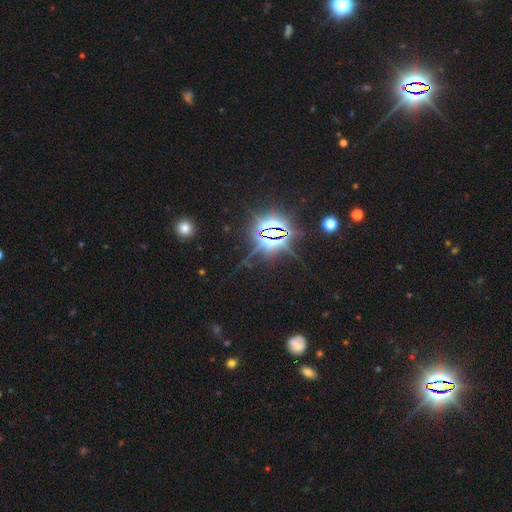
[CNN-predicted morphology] type=star or artifact (85%).